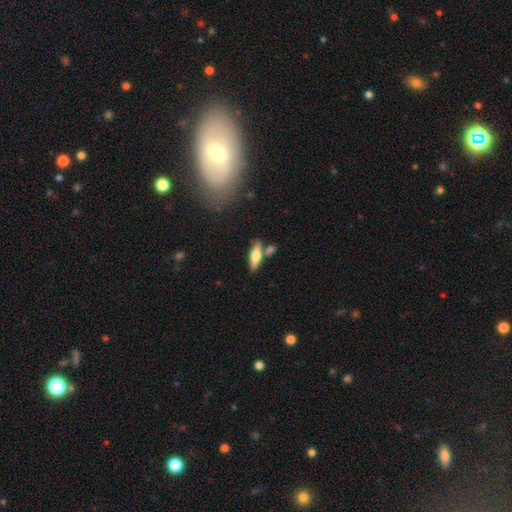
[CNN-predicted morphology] A smooth galaxy with no disk features (53%) that is cigar-shaped (53%). Merging: none (71%).